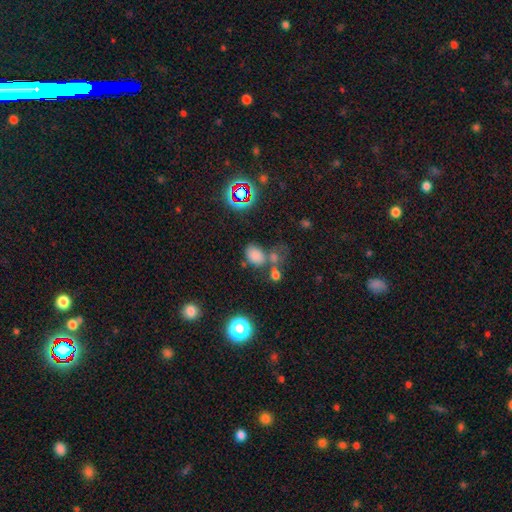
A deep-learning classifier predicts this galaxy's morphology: Overall: smooth (70%). How rounded: in between (79%). Merging: none (48%; merger 27%).